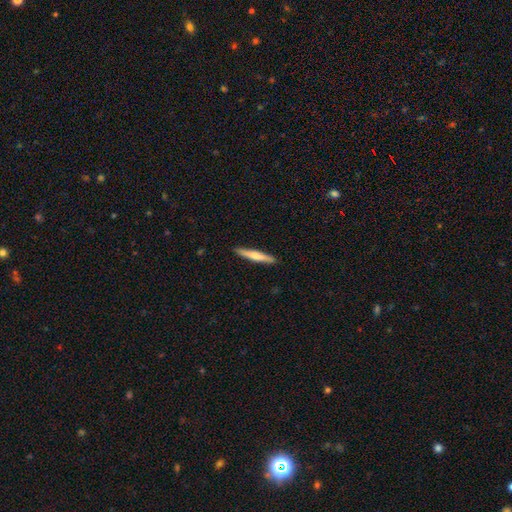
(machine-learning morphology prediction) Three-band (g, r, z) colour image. It shows a smooth galaxy with no disk features (57%) that is cigar-shaped (94%). Merging: none (91%).